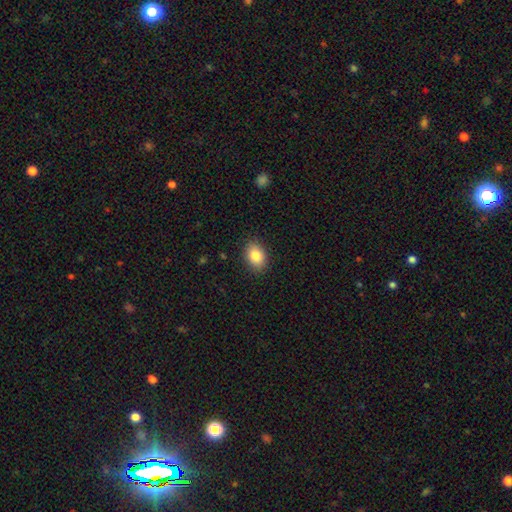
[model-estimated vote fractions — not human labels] Morphology: type=smooth (85%); roundness=in between (75%); merging=none (88%).